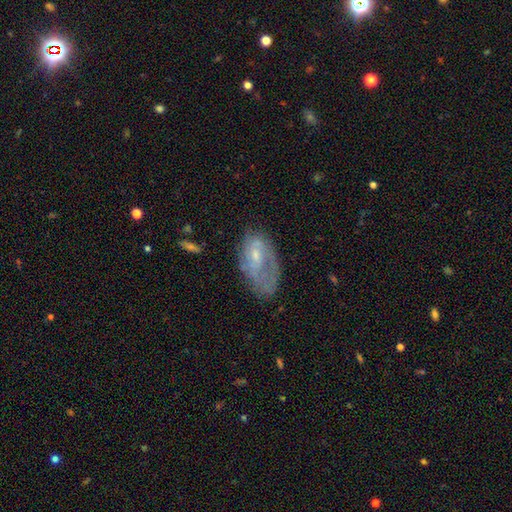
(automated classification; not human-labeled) The model was most divided on "smooth or featured": featured or disk: 50%, smooth: 40%, star or artifact: 9%. Remaining: edge-on disk — no (93%); merging — none (42%).